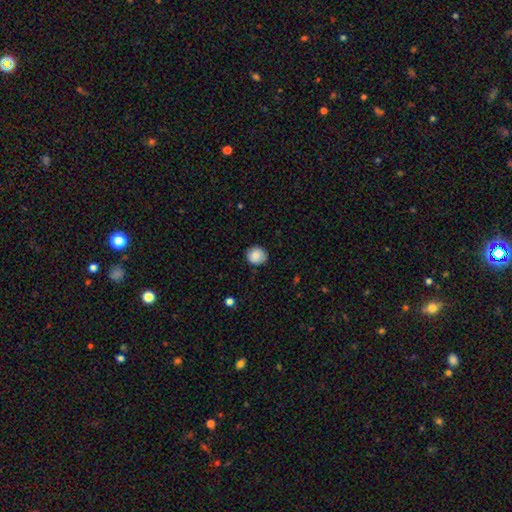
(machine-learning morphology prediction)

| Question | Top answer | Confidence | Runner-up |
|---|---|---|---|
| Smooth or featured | smooth | 86% | star or artifact (8%) |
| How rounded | round | 78% | in between (21%) |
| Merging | none | 84% | minor disturbance (13%) |